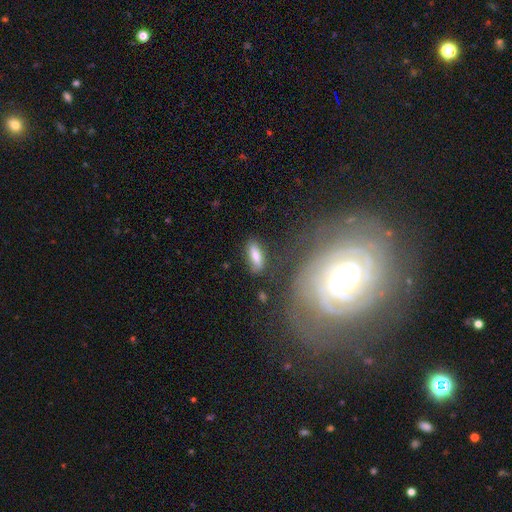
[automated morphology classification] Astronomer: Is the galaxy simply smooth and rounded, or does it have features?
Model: smooth — 79%.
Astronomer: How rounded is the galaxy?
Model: in between — 63%.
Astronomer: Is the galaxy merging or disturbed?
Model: none — 75%.